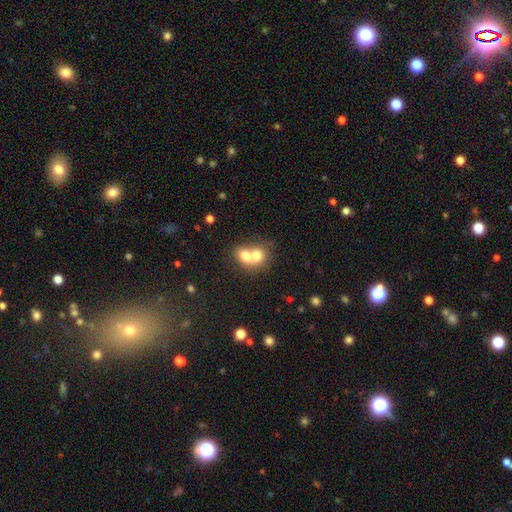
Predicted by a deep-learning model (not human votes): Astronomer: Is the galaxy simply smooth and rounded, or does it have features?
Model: smooth — 70%.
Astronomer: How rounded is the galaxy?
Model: round — 57% (runner-up: in between, 42%).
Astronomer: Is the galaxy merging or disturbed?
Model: merger — 73%.